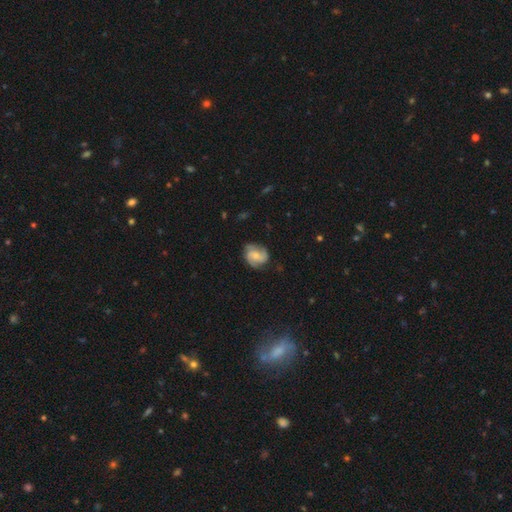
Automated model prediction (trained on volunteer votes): featured or disk 68%, smooth 25%, star or artifact 7%. Down the decision tree: edge-on disk — no (98%); bar — no (57%); spiral arms — yes (93%); spiral arm count — 2 (48%); spiral winding — medium (47%); bulge size — small (53%); merging — none (72%).